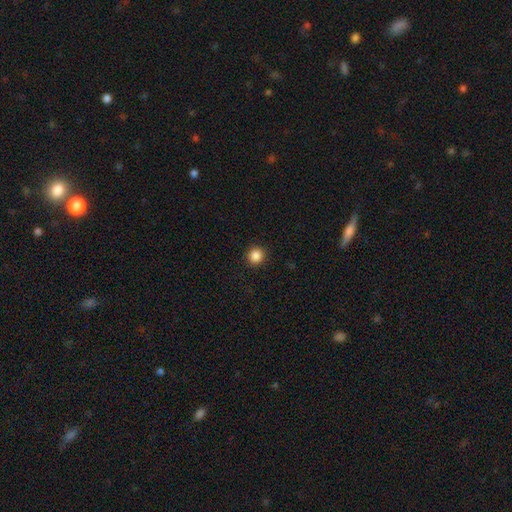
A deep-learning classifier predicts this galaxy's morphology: Q: Smooth or featured?
A: smooth (87%); runner-up: star or artifact (10%)
Q: How rounded?
A: round (92%); runner-up: in between (7%)
Q: Merging?
A: none (92%); runner-up: minor disturbance (5%)